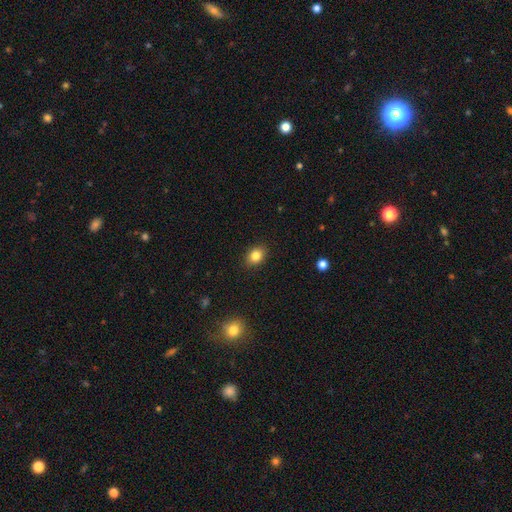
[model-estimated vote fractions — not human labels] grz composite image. It shows a smooth galaxy with no disk features (84%) that is in between round and cigar-shaped (59%). Merging: none (89%).